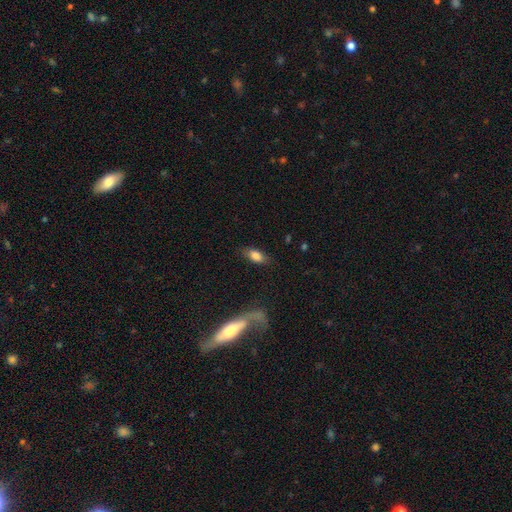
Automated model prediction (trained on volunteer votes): Morphology: type=smooth (80%); roundness=in between (86%); merging=none (77%).